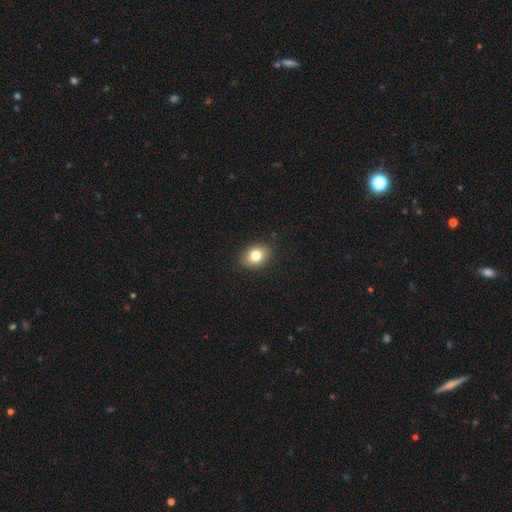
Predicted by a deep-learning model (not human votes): Smooth or featured?
  - smooth: 81% *
  - star or artifact: 10%
  - featured or disk: 10%
How rounded?
  - in between: 68% *
  - round: 31%
  - cigar-shaped: 1%
Merging?
  - none: 89% *
  - minor disturbance: 8%
  - major disturbance: 2%
  - merger: 1%